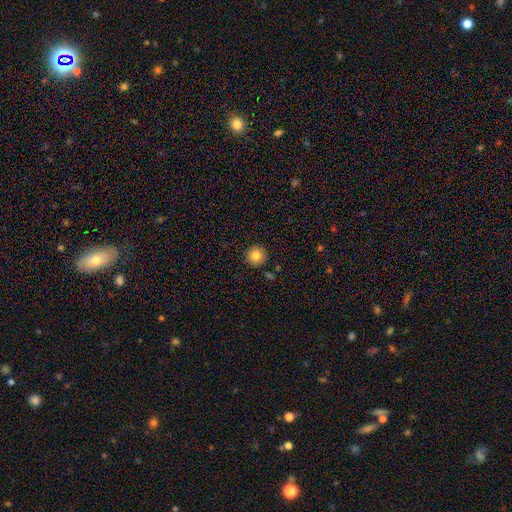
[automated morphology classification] type=smooth (83%); roundness=round (95%); merging=none (90%).